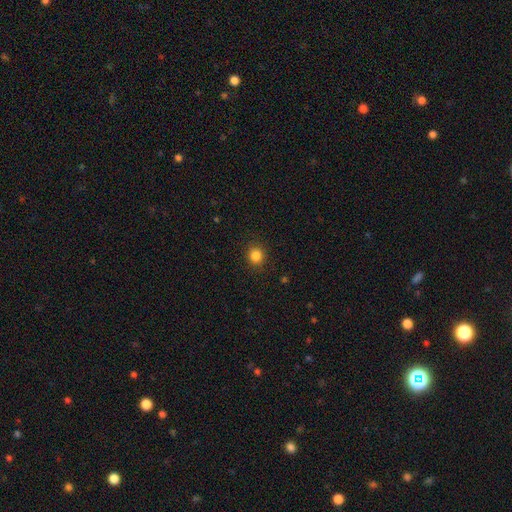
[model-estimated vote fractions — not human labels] smooth-or-featured: smooth: 84% | star or artifact: 11% | featured or disk: 4%
  how-rounded: round: 85% | in between: 14% | cigar-shaped: 1%
  merging: none: 90% | minor disturbance: 7% | major disturbance: 2% | merger: 1%